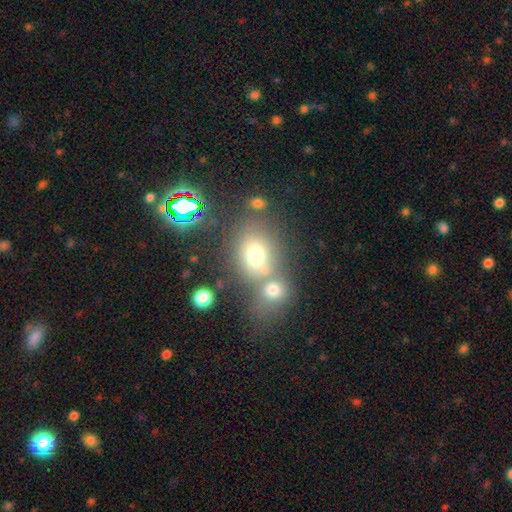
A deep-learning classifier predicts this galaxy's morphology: Smooth or featured?
  - smooth: 68% *
  - star or artifact: 17%
  - featured or disk: 15%
How rounded?
  - round: 56% *
  - in between: 43%
  - cigar-shaped: 1%
Merging?
  - none: 44% *
  - merger: 40%
  - minor disturbance: 10%
  - major disturbance: 6%